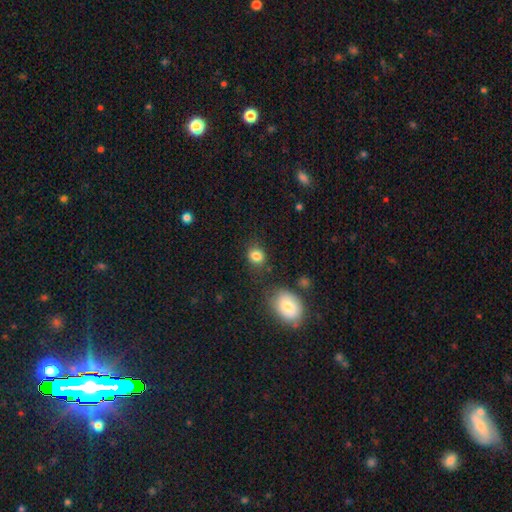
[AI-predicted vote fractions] Smooth or featured: smooth — 85% (star or artifact — 10%)
How rounded: round — 53% (in between — 45%)
Merging: none — 75% (minor disturbance — 16%)